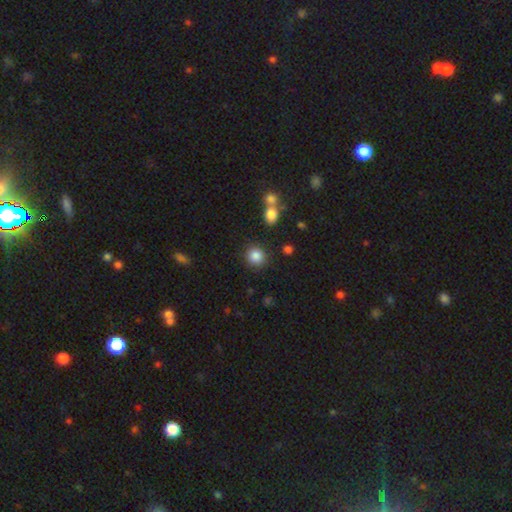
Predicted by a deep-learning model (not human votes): This appears to be a smooth galaxy with no disk features (86%) that is round (88%). Merging: none (86%).